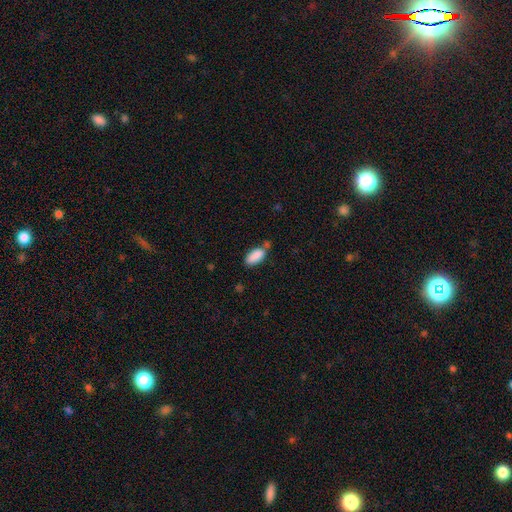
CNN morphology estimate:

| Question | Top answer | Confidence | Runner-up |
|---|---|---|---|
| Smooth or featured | smooth | 88% | star or artifact (7%) |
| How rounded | in between | 87% | cigar-shaped (11%) |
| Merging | none | 57% | minor disturbance (23%) |